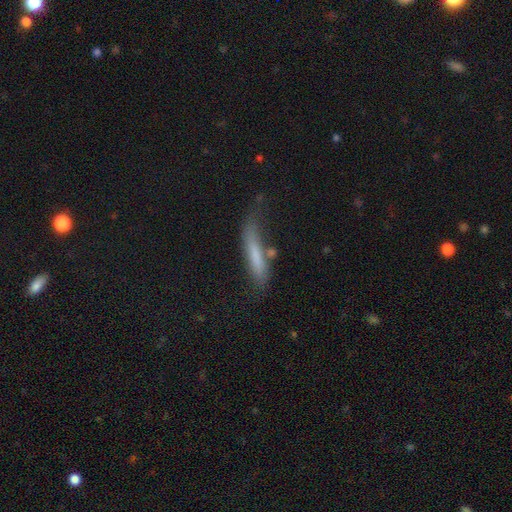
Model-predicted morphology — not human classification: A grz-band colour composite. It shows a smooth galaxy with no disk features (67%) that is cigar-shaped (87%). Merging: none (46%).